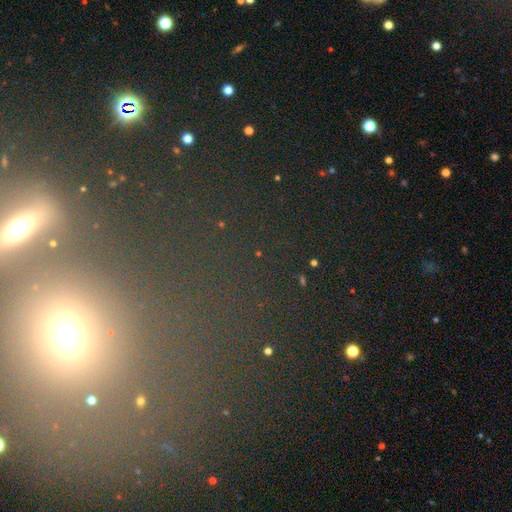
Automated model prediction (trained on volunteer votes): This is possibly a star or artifact rather than a galaxy (54%).